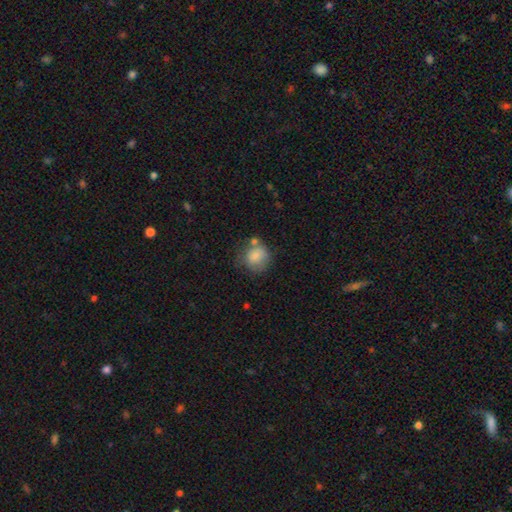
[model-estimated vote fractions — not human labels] smooth-or-featured: smooth: 81% | featured or disk: 11% | star or artifact: 8%
  how-rounded: round: 74% | in between: 25% | cigar-shaped: 1%
  merging: none: 51% | minor disturbance: 24% | merger: 15% | major disturbance: 10%